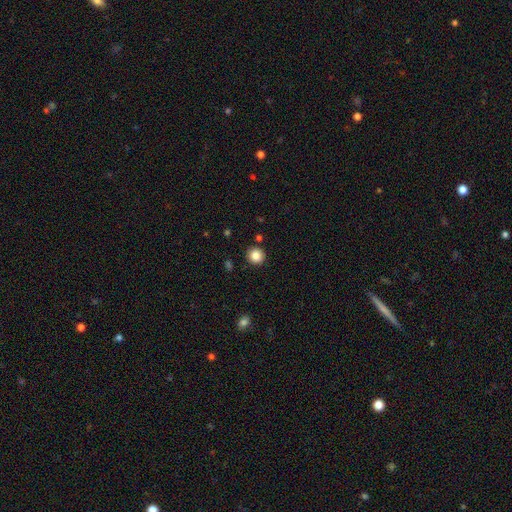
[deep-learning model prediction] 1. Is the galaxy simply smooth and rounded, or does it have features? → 85% smooth, 10% star or artifact, 4% featured or disk.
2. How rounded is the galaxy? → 93% round, 6% in between, 1% cigar-shaped.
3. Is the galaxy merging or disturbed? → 90% none, 6% minor disturbance, 2% merger, 2% major disturbance.